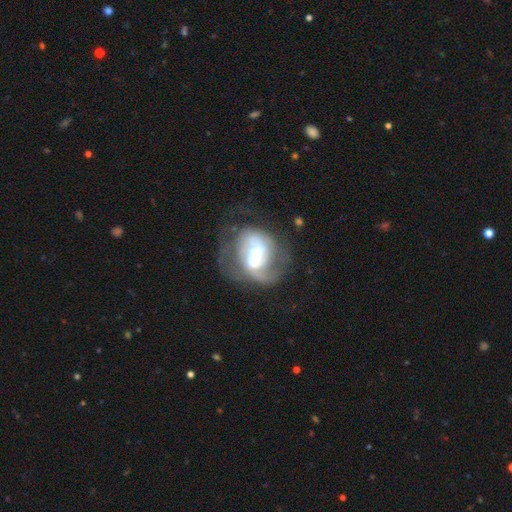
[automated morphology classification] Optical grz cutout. It shows a featured or disk galaxy (79%) with a strong bar (43%), 2 (61%) medium (43%) spiral arms (86%) and a moderate central bulge (47%). Merging: none (48%).